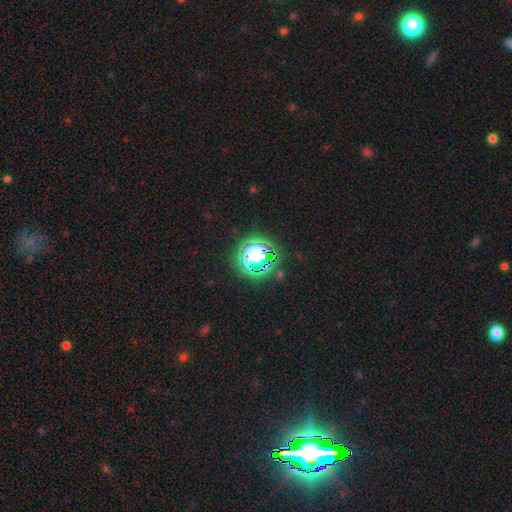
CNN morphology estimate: Q: Smooth or featured?
A: star or artifact (58%); runner-up: smooth (31%)